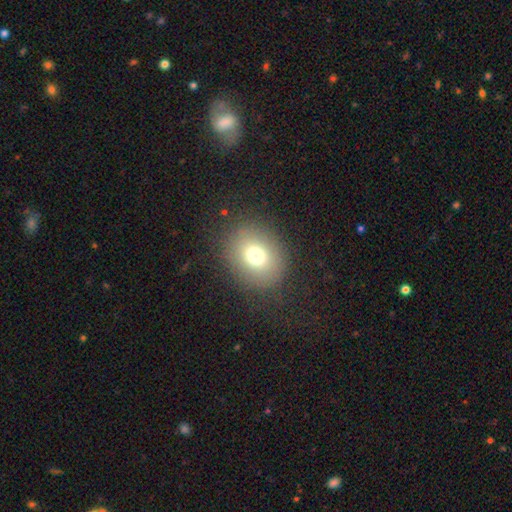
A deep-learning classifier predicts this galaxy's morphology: Smooth or featured: smooth — 73% (star or artifact — 15%)
How rounded: round — 60% (in between — 39%)
Merging: none — 84% (minor disturbance — 9%)